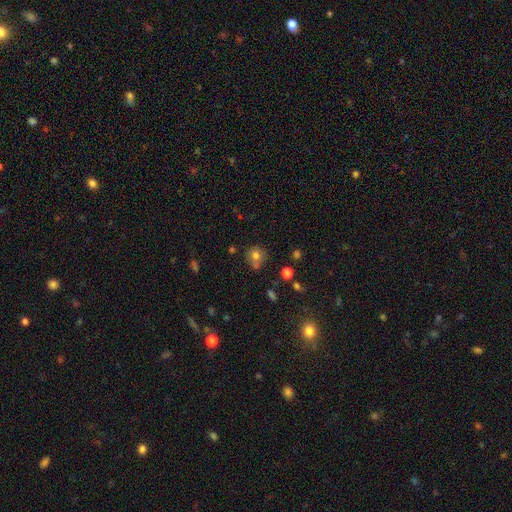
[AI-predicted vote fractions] Overall: smooth (75%). How rounded: round (84%). Merging: none (59%; merger 22%).